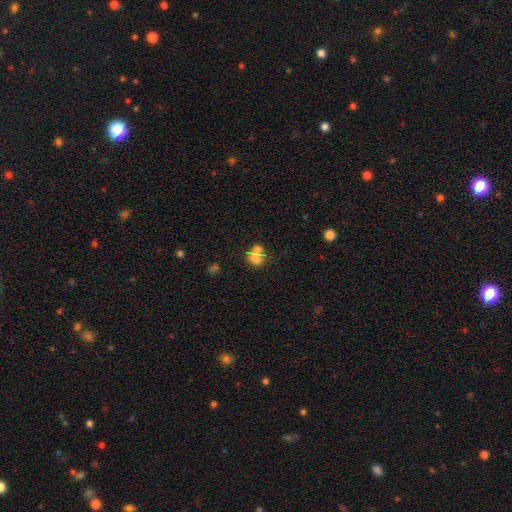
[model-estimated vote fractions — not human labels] This appears to be a smooth galaxy with no disk features (68%) that is in between round and cigar-shaped (58%). Merging: merger (55%).